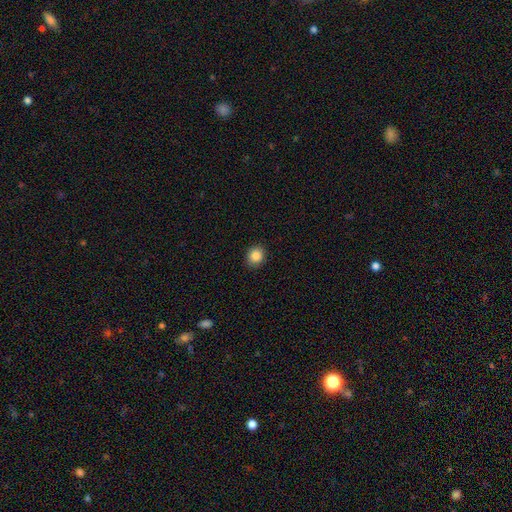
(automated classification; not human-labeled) smooth_or_featured: smooth (p=0.86) [alt: star or artifact p=0.09]
how_rounded: round (p=0.73) [alt: in between p=0.26]
merging: none (p=0.90) [alt: minor disturbance p=0.07]